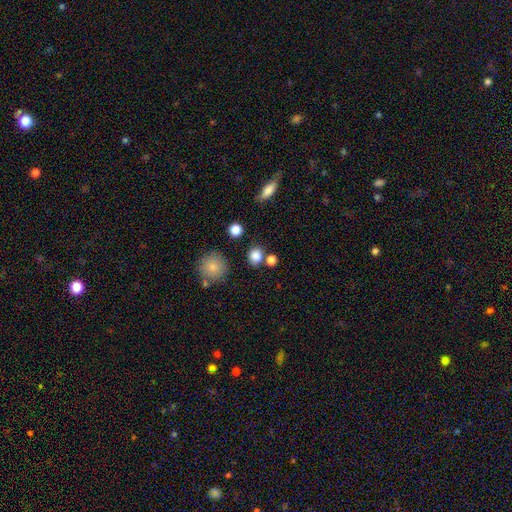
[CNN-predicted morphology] smooth_or_featured: smooth (p=0.83) [alt: star or artifact p=0.12]
how_rounded: round (p=0.81) [alt: in between p=0.18]
merging: none (p=0.73) [alt: merger p=0.14]